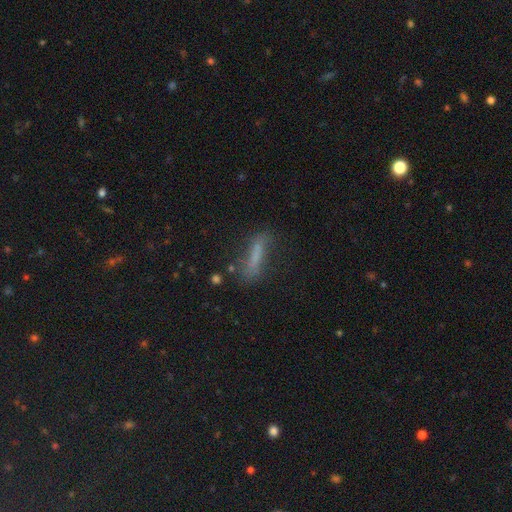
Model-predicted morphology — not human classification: Q: Smooth or featured?
A: smooth (57%); runner-up: featured or disk (30%)
Q: How rounded?
A: cigar-shaped (79%); runner-up: in between (18%)
Q: Merging?
A: none (65%); runner-up: minor disturbance (21%)